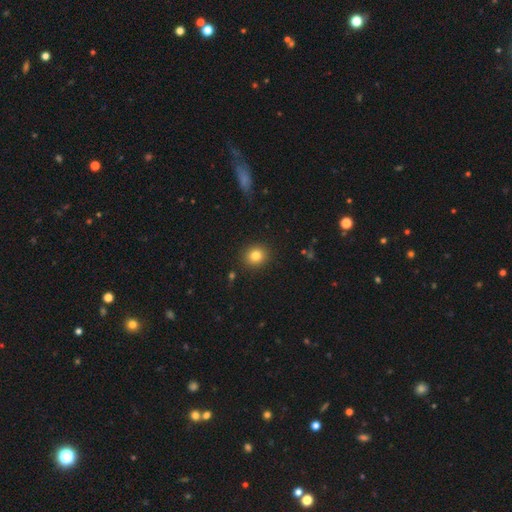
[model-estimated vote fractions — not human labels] smooth_or_featured: smooth (p=0.82) [alt: star or artifact p=0.11]
how_rounded: round (p=0.82) [alt: in between p=0.17]
merging: none (p=0.90) [alt: minor disturbance p=0.06]